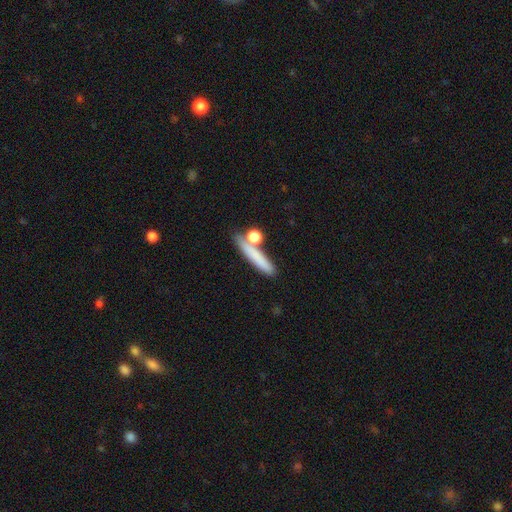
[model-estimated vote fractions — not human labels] Smooth or featured? smooth (73%)
How rounded? cigar-shaped (77%)
Merging? none (65%)